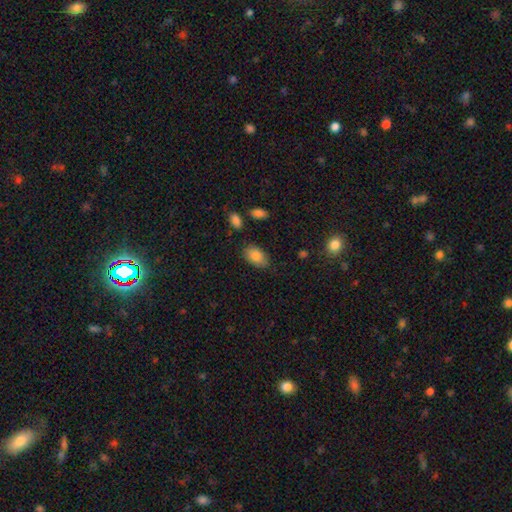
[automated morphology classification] Q: Smooth or featured?
A: smooth (84%); runner-up: featured or disk (8%)
Q: How rounded?
A: in between (91%); runner-up: round (7%)
Q: Merging?
A: none (79%); runner-up: minor disturbance (15%)